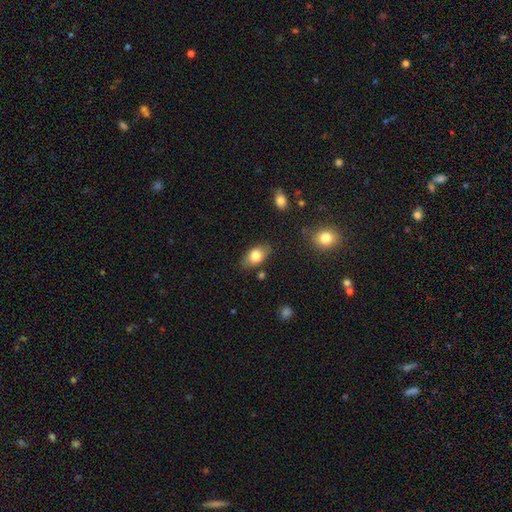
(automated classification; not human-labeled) A smooth galaxy with no disk features (77%) that is in between round and cigar-shaped (88%). Merging: none (81%).